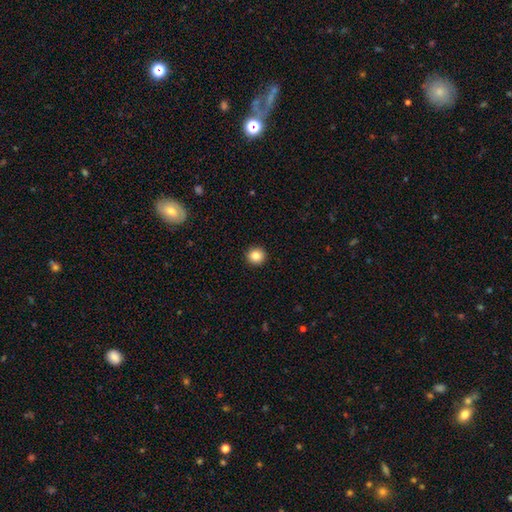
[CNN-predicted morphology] type=smooth (85%); roundness=round (94%); merging=none (93%).